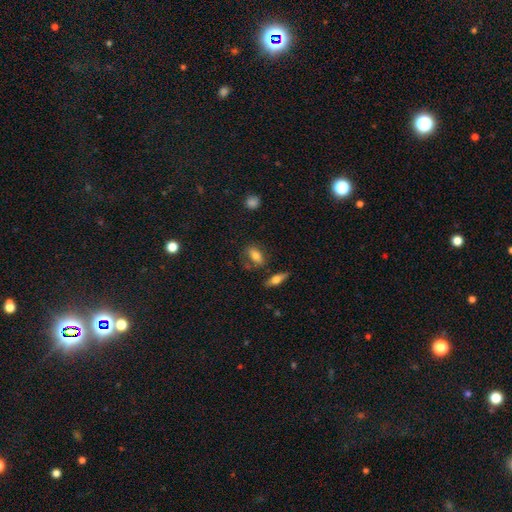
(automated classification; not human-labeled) A smooth galaxy with no disk features (75%) that is in between round and cigar-shaped (82%). Merging: none (67%).